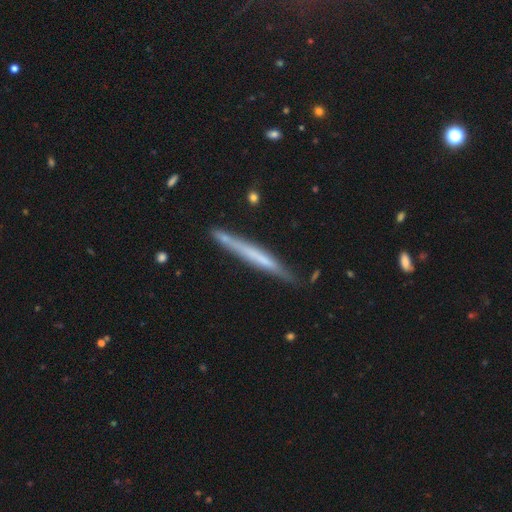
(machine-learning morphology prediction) Q: Smooth or featured?
A: featured or disk (51%); runner-up: smooth (43%)
Q: Edge-on disk?
A: yes (95%); runner-up: no (5%)
Q: Merging?
A: none (80%); runner-up: minor disturbance (15%)